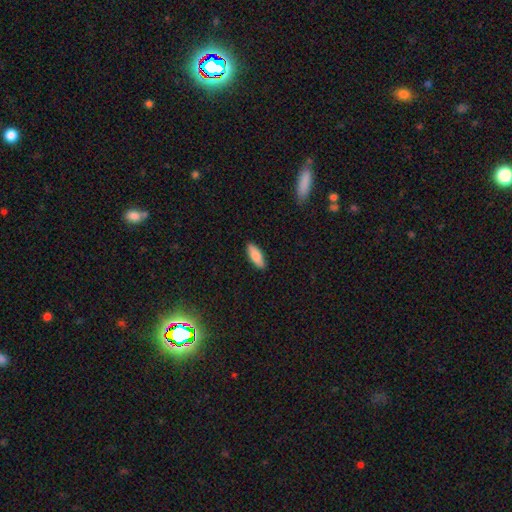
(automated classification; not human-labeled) smooth-or-featured: smooth: 85% | featured or disk: 9% | star or artifact: 6%
  how-rounded: in between: 69% | cigar-shaped: 29% | round: 2%
  merging: none: 89% | minor disturbance: 8% | major disturbance: 2% | merger: 1%